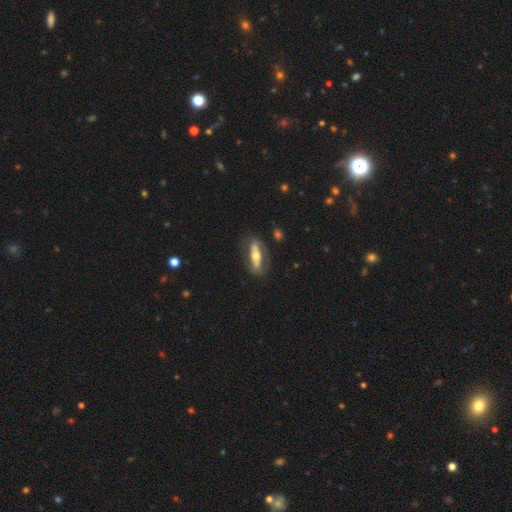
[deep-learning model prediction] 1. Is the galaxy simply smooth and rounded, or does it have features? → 60% featured or disk, 35% smooth, 6% star or artifact.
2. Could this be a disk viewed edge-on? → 66% no, 34% yes.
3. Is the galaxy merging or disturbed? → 72% none, 17% minor disturbance, 9% major disturbance, 2% merger.